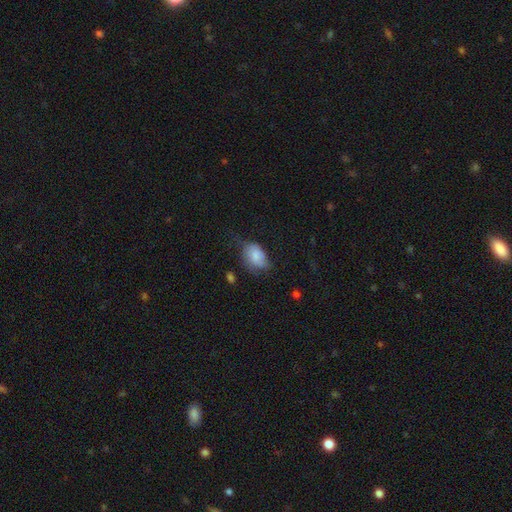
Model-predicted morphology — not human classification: This appears to be a smooth galaxy with no disk features (74%) that is in between round and cigar-shaped (82%). Merging: minor disturbance (39%).